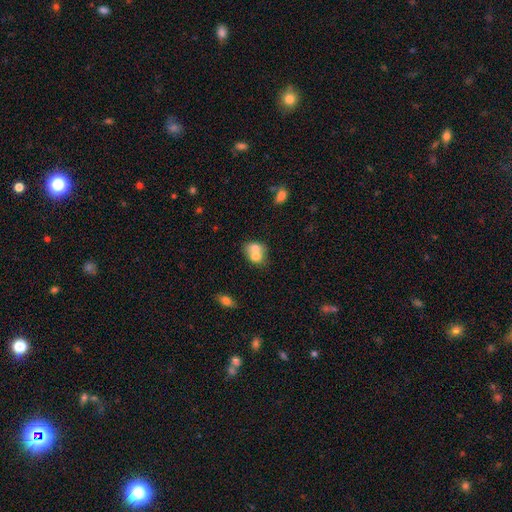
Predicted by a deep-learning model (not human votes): Smooth or featured? smooth (69%)
How rounded? round (51%)
Merging? merger (69%)